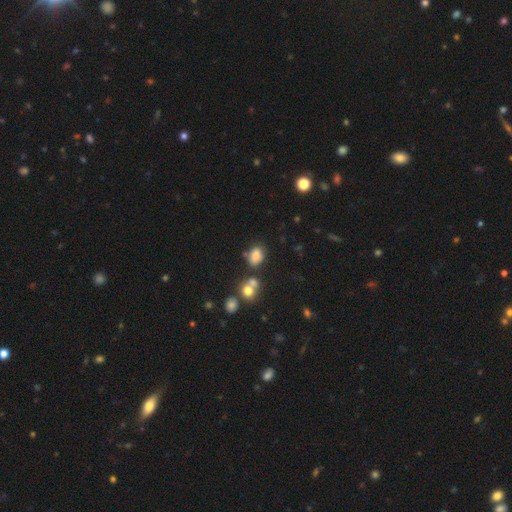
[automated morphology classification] smooth_or_featured: smooth (p=0.79) [alt: star or artifact p=0.13]
how_rounded: in between (p=0.81) [alt: round p=0.17]
merging: none (p=0.58) [alt: merger p=0.18]